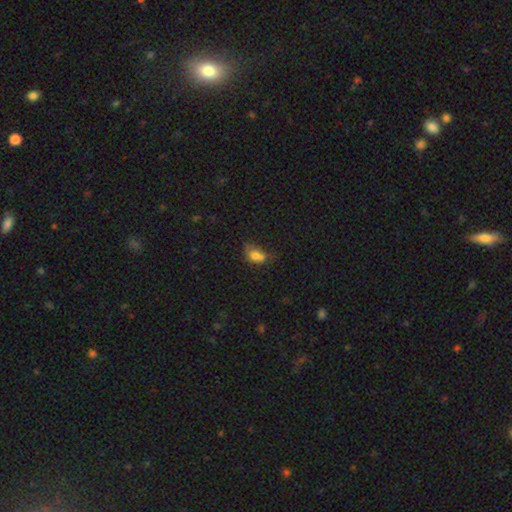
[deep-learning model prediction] A smooth galaxy with no disk features (71%) that is in between round and cigar-shaped (78%). Merging: none (32%).